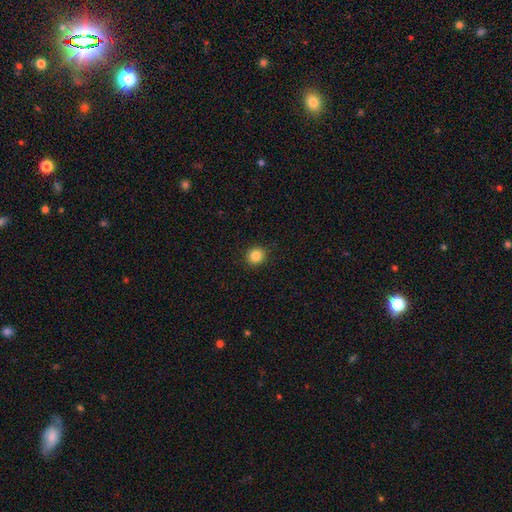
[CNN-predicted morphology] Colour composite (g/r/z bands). It shows a smooth galaxy with no disk features (85%) that is round (89%). Merging: none (92%).